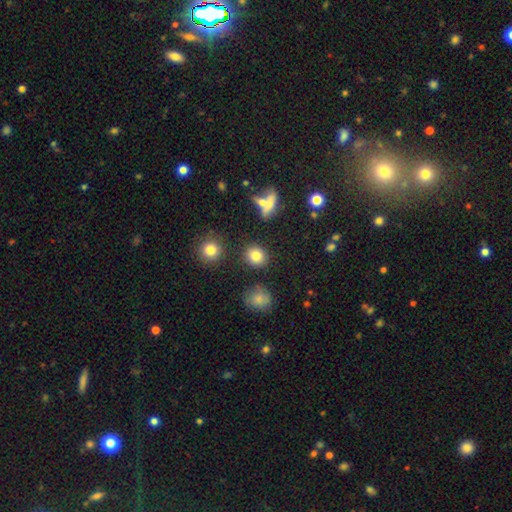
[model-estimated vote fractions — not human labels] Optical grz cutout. It shows a smooth galaxy with no disk features (81%) that is round (78%). Merging: none (85%).